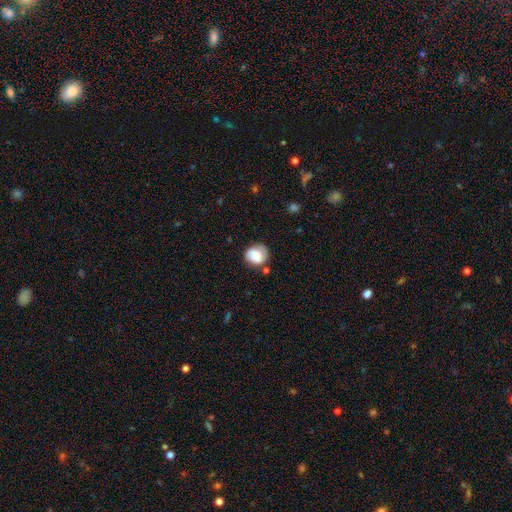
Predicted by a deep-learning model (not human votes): Smooth or featured?
  - smooth: 70% *
  - featured or disk: 21%
  - star or artifact: 8%
How rounded?
  - round: 76% *
  - in between: 23%
  - cigar-shaped: 1%
Merging?
  - none: 64% *
  - minor disturbance: 23%
  - major disturbance: 7%
  - merger: 6%